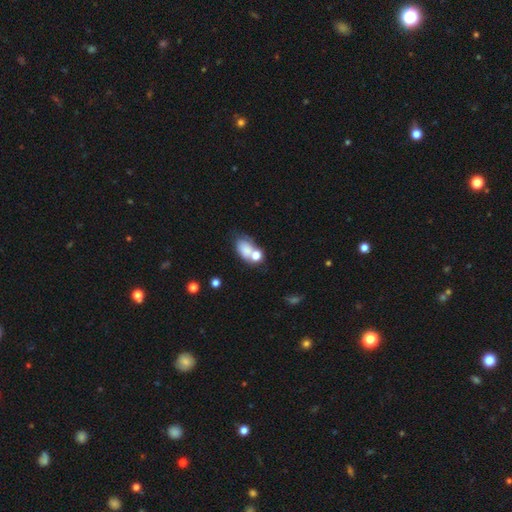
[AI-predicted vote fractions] smooth_or_featured: smooth (p=0.72) [alt: featured or disk p=0.17]
how_rounded: in between (p=0.79) [alt: round p=0.19]
merging: merger (p=0.39) [alt: none p=0.36]